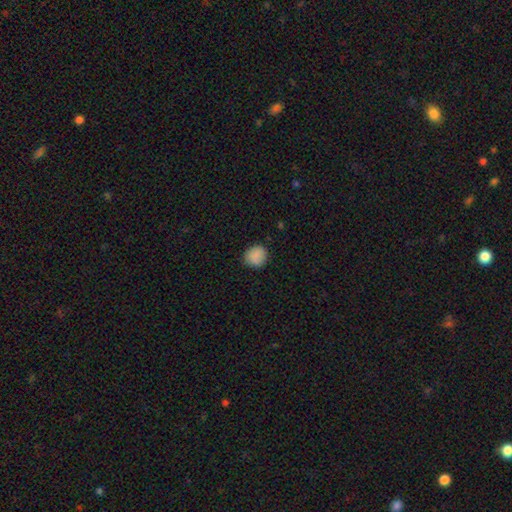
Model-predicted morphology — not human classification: Smooth or featured? smooth (88%)
How rounded? round (82%)
Merging? none (86%)